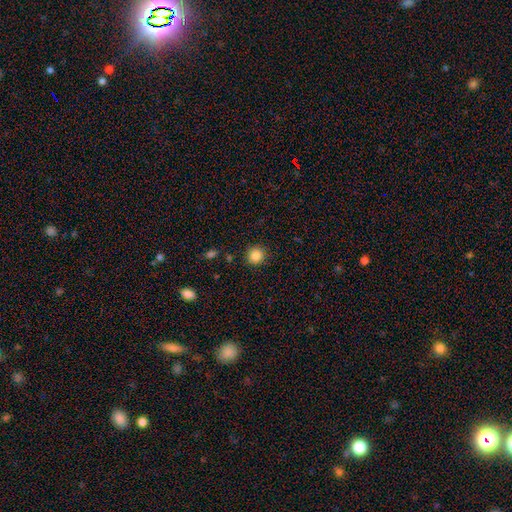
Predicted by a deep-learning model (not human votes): A smooth galaxy with no disk features (85%) that is round (93%). Merging: none (91%).